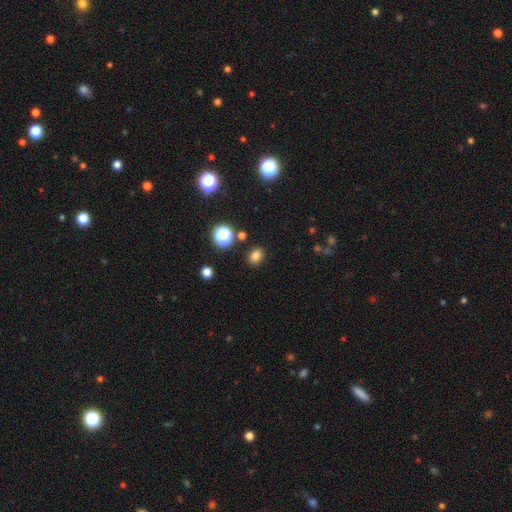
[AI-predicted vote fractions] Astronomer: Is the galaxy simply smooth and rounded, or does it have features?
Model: smooth — 79%.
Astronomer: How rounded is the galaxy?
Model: round — 55% (runner-up: in between, 44%).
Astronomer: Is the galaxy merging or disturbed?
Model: none — 87%.